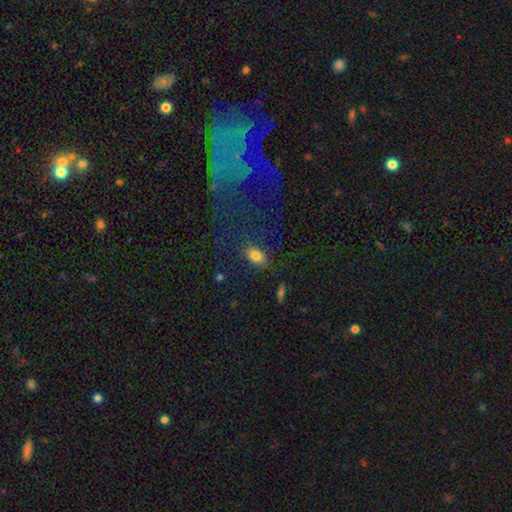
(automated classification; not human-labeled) This appears to be a smooth galaxy with no disk features (81%) that is in between round and cigar-shaped (87%). Merging: none (82%).